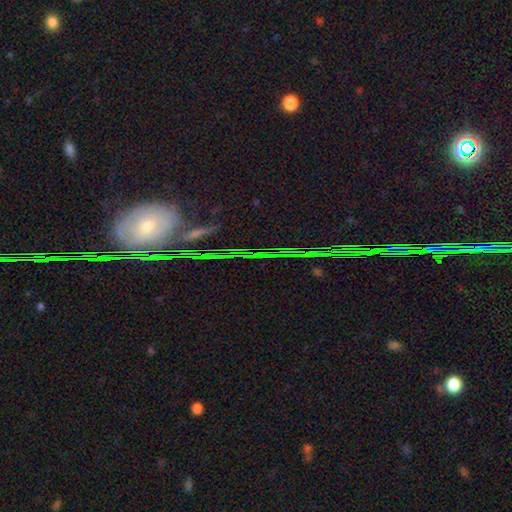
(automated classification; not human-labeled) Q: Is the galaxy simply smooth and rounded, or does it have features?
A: star or artifact — 50%.